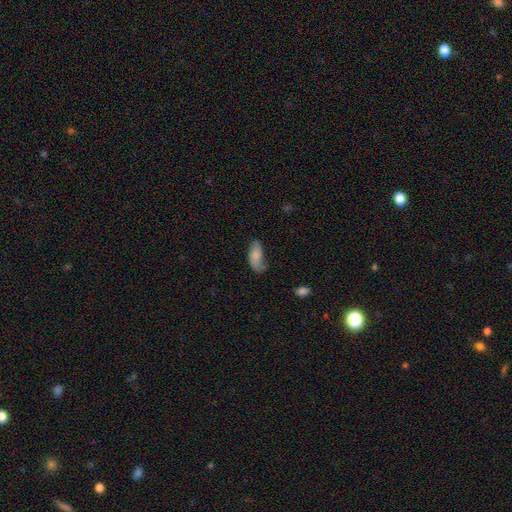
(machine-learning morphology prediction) This is likely a smooth galaxy (76%). How rounded: clearly in between (86%). Merging: possibly none (45%).